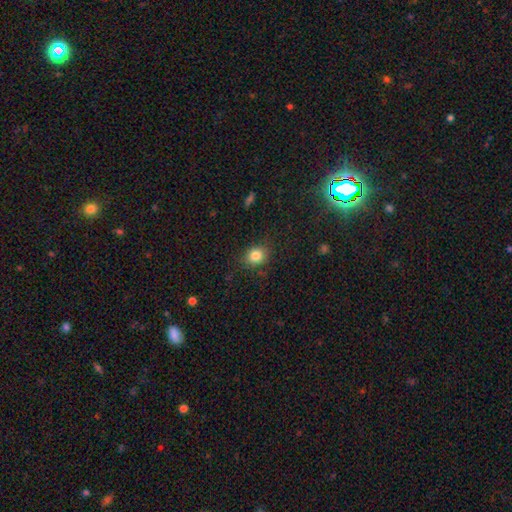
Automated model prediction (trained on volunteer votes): smooth-or-featured: smooth: 82% | star or artifact: 12% | featured or disk: 7%
  how-rounded: round: 66% | in between: 33% | cigar-shaped: 1%
  merging: none: 82% | minor disturbance: 13% | major disturbance: 4% | merger: 1%